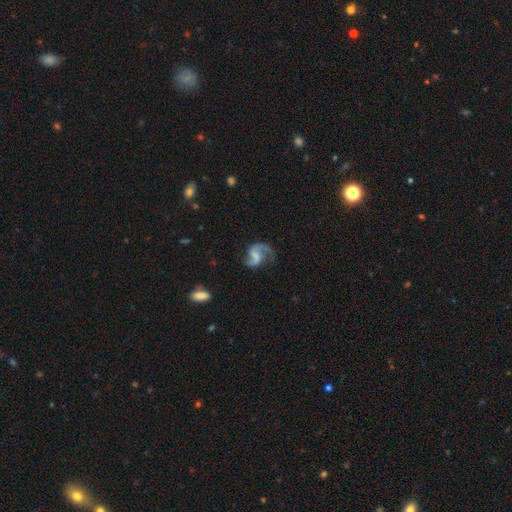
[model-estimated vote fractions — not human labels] Smooth or featured: featured or disk — 84% (smooth — 10%)
Edge-on disk: no — 98% (yes — 2%)
Bar: weak — 49% (no — 31%)
Spiral arms: yes — 95% (no — 5%)
Spiral winding: loose — 59% (medium — 34%)
Spiral arm count: 2 — 83% (1 — 11%)
Bulge size: none — 52% (small — 27%)
Merging: none — 60% (minor disturbance — 19%)